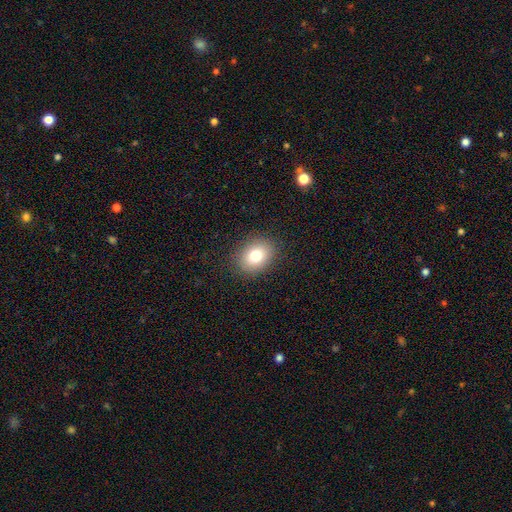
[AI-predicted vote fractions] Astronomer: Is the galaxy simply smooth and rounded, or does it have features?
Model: smooth — 78%.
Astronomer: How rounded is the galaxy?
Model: in between — 59% (runner-up: round, 40%).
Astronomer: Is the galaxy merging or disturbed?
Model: none — 88%.